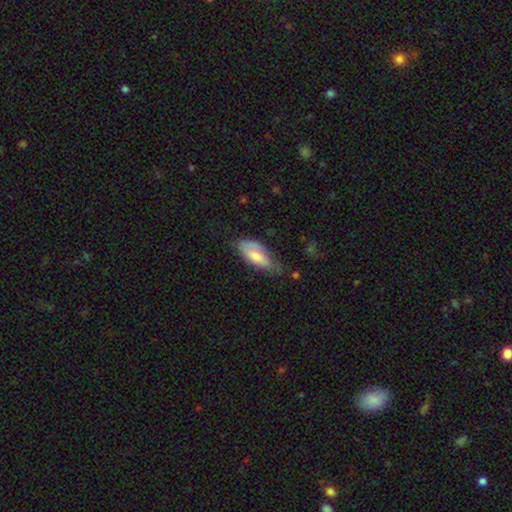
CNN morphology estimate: Smooth or featured? Predicted: smooth (p=0.70). How rounded? Predicted: in between (p=0.81). Merging? Predicted: none (p=0.45).